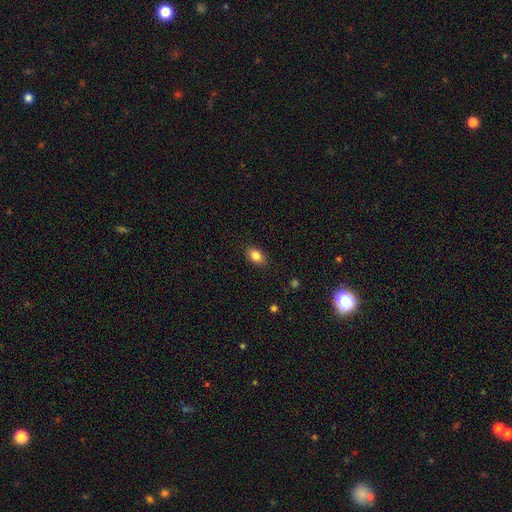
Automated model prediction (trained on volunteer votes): Smooth or featured: smooth — 85% (star or artifact — 9%)
How rounded: in between — 86% (round — 12%)
Merging: none — 88% (minor disturbance — 9%)